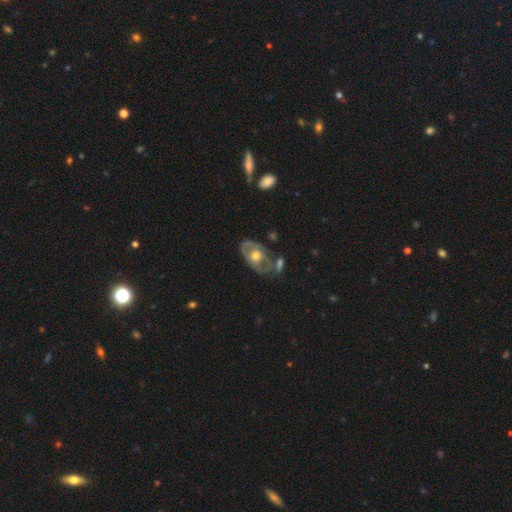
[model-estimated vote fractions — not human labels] The model was most divided on "spiral arms": no: 53%, yes: 47%. More confident: edge-on disk — no (93%); bar — no (78%); bulge size — moderate (71%); smooth or featured — featured or disk (67%); merging — none (53%).